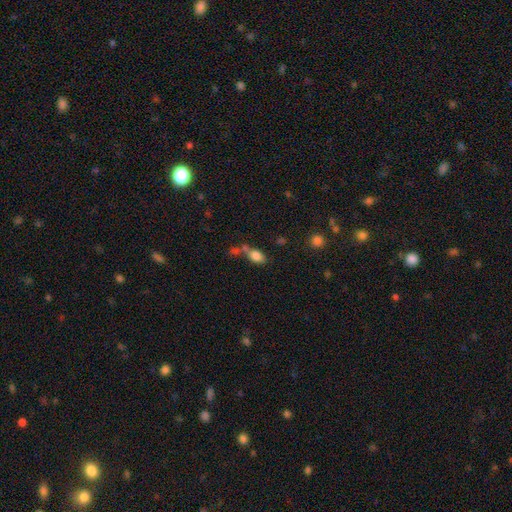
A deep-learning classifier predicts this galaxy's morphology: Smooth or featured?
  - smooth: 80% *
  - star or artifact: 10%
  - featured or disk: 9%
How rounded?
  - in between: 83% *
  - round: 14%
  - cigar-shaped: 4%
Merging?
  - none: 40% *
  - merger: 36%
  - minor disturbance: 15%
  - major disturbance: 8%